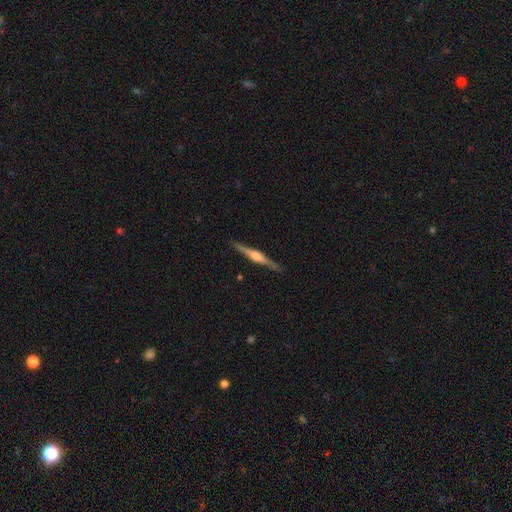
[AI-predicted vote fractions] Smooth or featured? Predicted: featured or disk (p=0.80). Edge-on disk? Predicted: yes (p=0.98). Edge-on bulge? Predicted: rounded (p=0.74). Merging? Predicted: none (p=0.90).